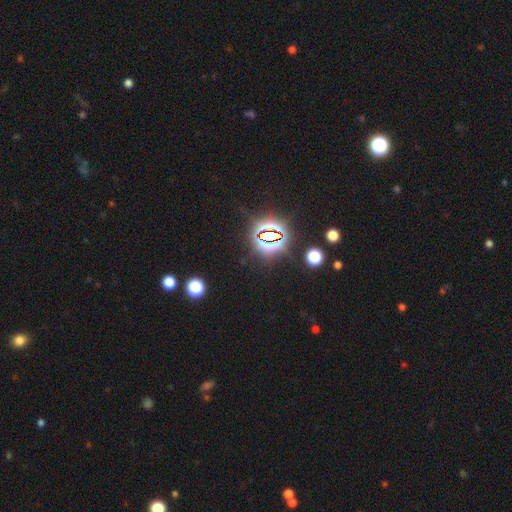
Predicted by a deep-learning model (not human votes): Smooth or featured? star or artifact (84%)